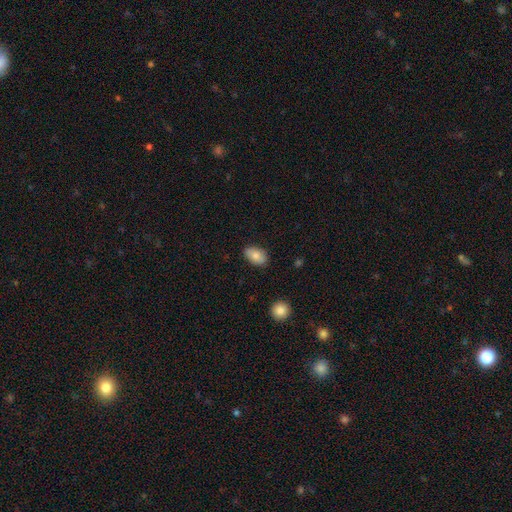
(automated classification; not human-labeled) A smooth galaxy with no disk features (80%) that is in between round and cigar-shaped (89%).

Vote fractions:
- Smooth or featured? smooth: 80% / featured or disk: 12% / star or artifact: 7%
- How rounded? in between: 89% / round: 9% / cigar-shaped: 1%
- Merging? none: 84% / minor disturbance: 12% / major disturbance: 2% / merger: 1%